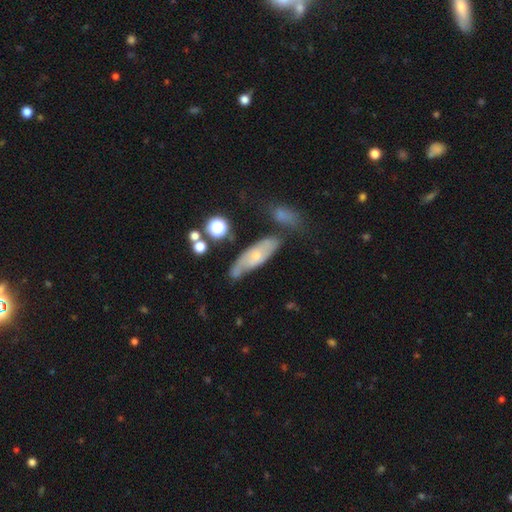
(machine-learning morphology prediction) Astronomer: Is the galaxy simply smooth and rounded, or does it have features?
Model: featured or disk — 47% (runner-up: smooth, 45%).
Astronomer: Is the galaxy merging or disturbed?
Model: none — 49% (runner-up: minor disturbance, 26%).